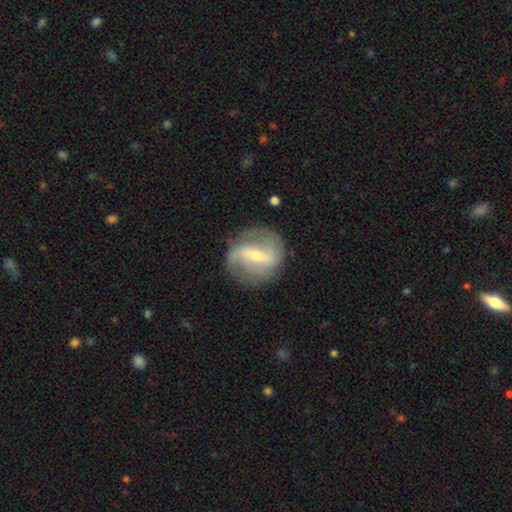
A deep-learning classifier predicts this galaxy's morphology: This is likely a featured or disk galaxy (79%). It is clearly not viewed edge-on (94%). Bar: possibly strong (58%). Spiral arm pattern: clearly yes (80%). Spiral arm count: likely 2 (77%). Spiral winding: marginally loose (39%). Central bulge: possibly small (52%). Merging: likely none (78%).